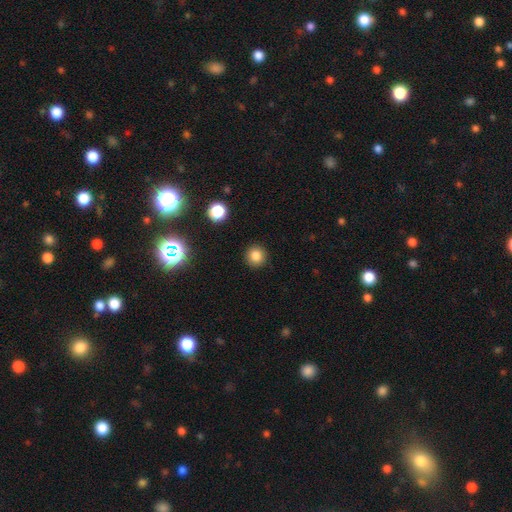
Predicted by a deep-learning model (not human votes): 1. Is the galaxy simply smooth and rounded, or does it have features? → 82% smooth, 13% star or artifact, 5% featured or disk.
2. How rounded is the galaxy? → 93% round, 6% in between, 1% cigar-shaped.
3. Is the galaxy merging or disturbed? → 91% none, 5% minor disturbance, 2% major disturbance, 1% merger.